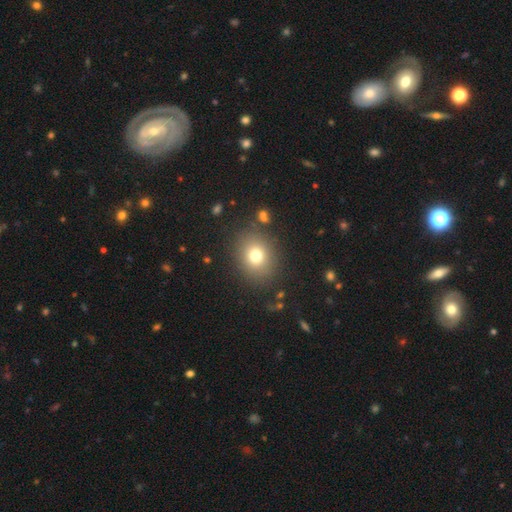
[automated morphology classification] Smooth or featured: smooth — 76% (star or artifact — 13%)
How rounded: round — 65% (in between — 34%)
Merging: none — 85% (minor disturbance — 9%)